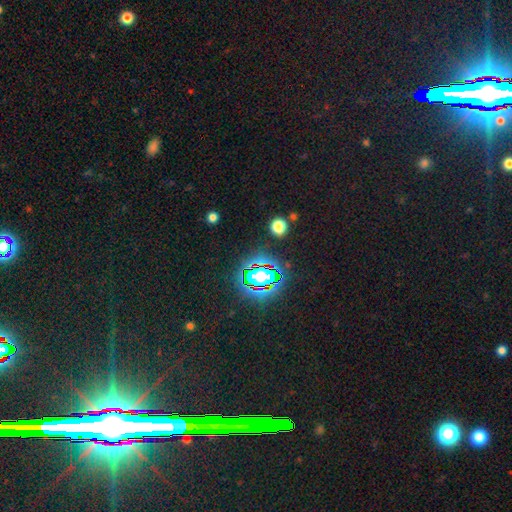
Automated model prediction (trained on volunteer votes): smooth_or_featured: star or artifact (p=0.83) [alt: smooth p=0.09]